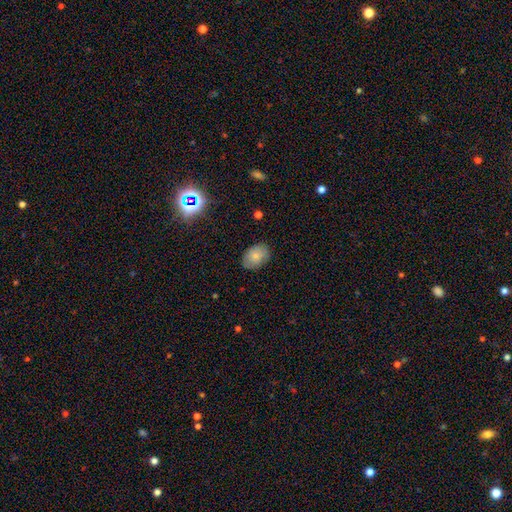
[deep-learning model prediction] Overall: smooth (77%). How rounded: in between (81%). Merging: none (82%).